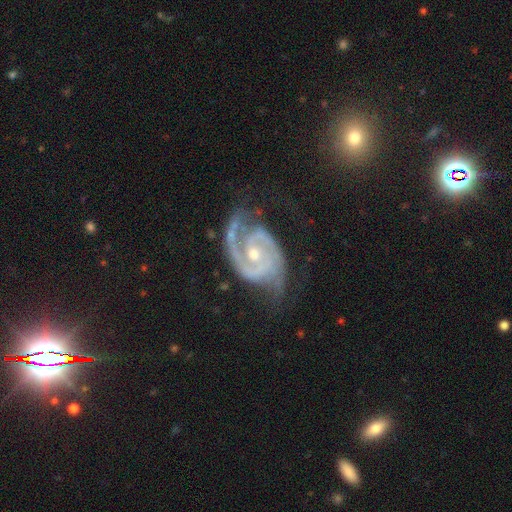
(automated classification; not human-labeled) This appears to be a featured or disk galaxy (93%) with no bar (57%), 2 (79%) tight (48%) spiral arms (99%) and a small central bulge (49%). Merging: none (63%).